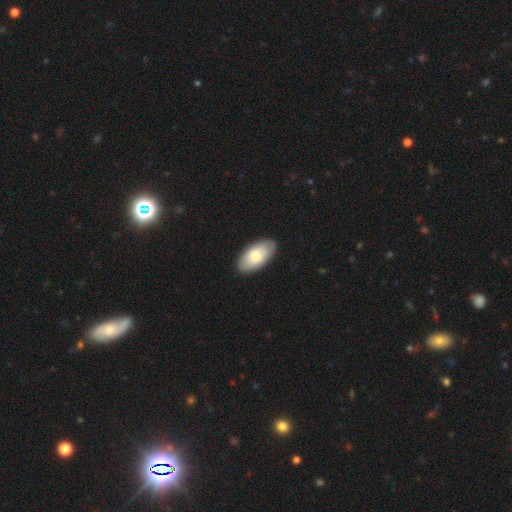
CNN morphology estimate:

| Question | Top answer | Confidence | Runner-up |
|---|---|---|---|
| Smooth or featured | smooth | 78% | featured or disk (17%) |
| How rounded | in between | 95% | cigar-shaped (3%) |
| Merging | none | 88% | minor disturbance (10%) |